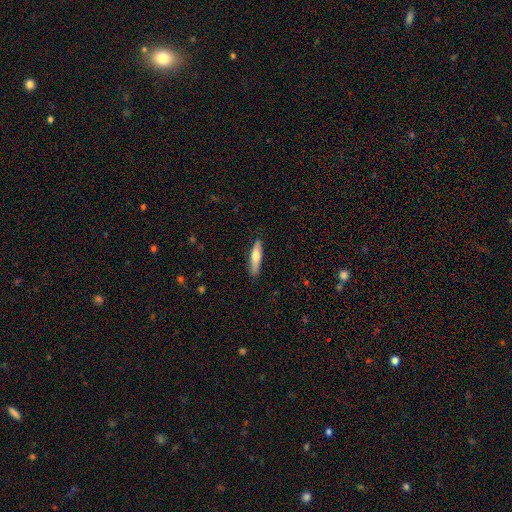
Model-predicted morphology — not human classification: Smooth or featured? Predicted: smooth (p=0.64). How rounded? Predicted: cigar-shaped (p=0.80). Merging? Predicted: none (p=0.87).